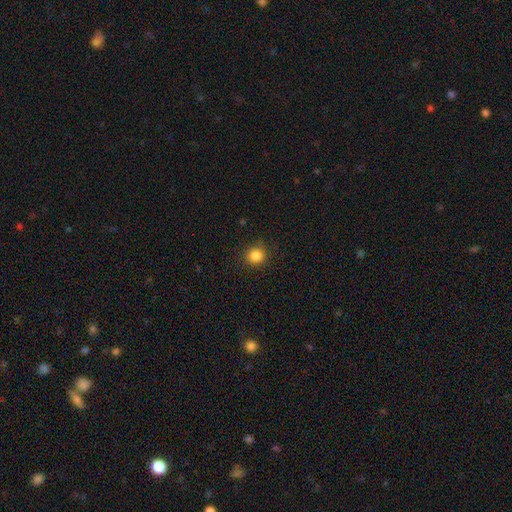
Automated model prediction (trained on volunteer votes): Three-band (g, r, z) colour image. It shows a smooth galaxy with no disk features (85%) that is round (91%). Merging: none (88%).